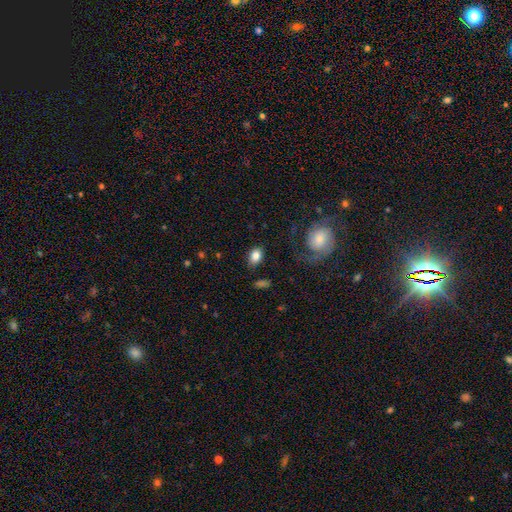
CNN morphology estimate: smooth-or-featured: smooth: 81% | featured or disk: 11% | star or artifact: 8%
  how-rounded: in between: 78% | round: 21% | cigar-shaped: 1%
  merging: none: 81% | minor disturbance: 12% | major disturbance: 5% | merger: 2%